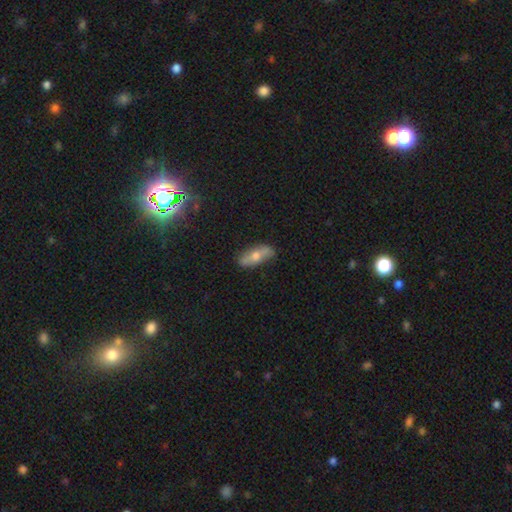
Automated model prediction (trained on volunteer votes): Smooth or featured?
  - smooth: 51% *
  - featured or disk: 40%
  - star or artifact: 9%
How rounded?
  - in between: 62% *
  - cigar-shaped: 33%
  - round: 4%
Merging?
  - none: 80% *
  - minor disturbance: 15%
  - major disturbance: 3%
  - merger: 2%